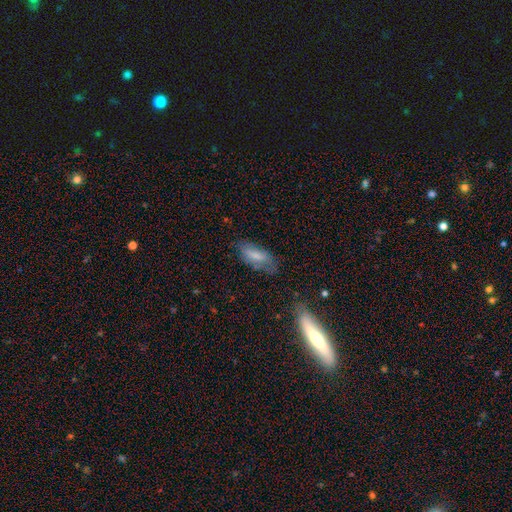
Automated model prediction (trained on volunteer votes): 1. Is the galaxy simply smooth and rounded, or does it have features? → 71% smooth, 21% featured or disk, 8% star or artifact.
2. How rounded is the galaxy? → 75% in between, 23% cigar-shaped, 2% round.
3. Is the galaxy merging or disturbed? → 65% none, 25% minor disturbance, 8% major disturbance, 2% merger.